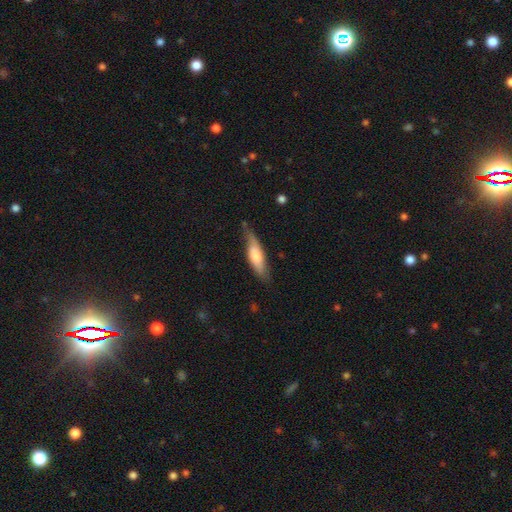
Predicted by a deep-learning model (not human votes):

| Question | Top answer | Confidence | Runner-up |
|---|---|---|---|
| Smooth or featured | smooth | 65% | featured or disk (29%) |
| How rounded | cigar-shaped | 62% | in between (36%) |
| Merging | none | 66% | minor disturbance (26%) |